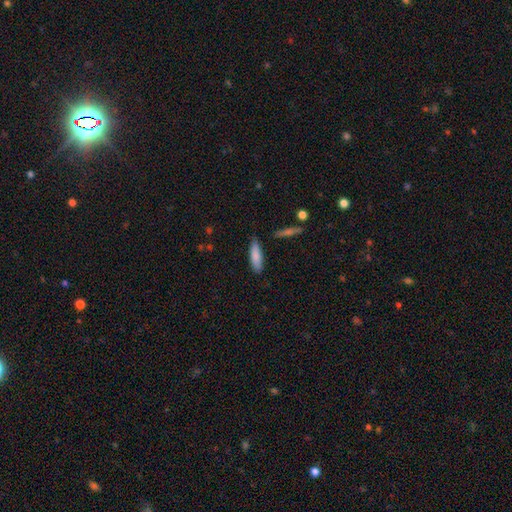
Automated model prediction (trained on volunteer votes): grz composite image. It shows a smooth galaxy with no disk features (84%) that is cigar-shaped (57%). Merging: none (80%).